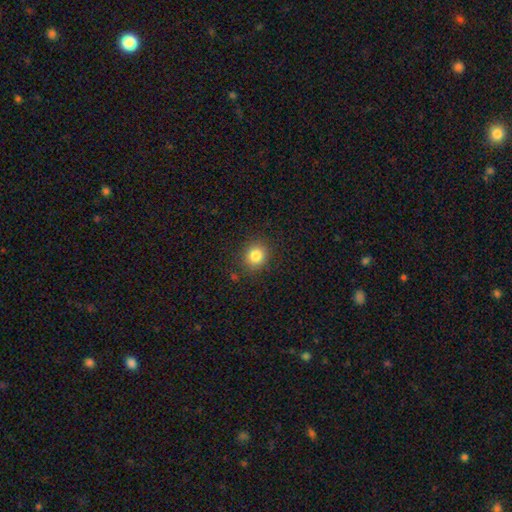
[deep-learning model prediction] A smooth galaxy with no disk features (83%) that is round (85%).

Vote fractions:
- Smooth or featured? smooth: 83% / star or artifact: 11% / featured or disk: 6%
- How rounded? round: 85% / in between: 14% / cigar-shaped: 1%
- Merging? none: 88% / minor disturbance: 8% / major disturbance: 3% / merger: 1%